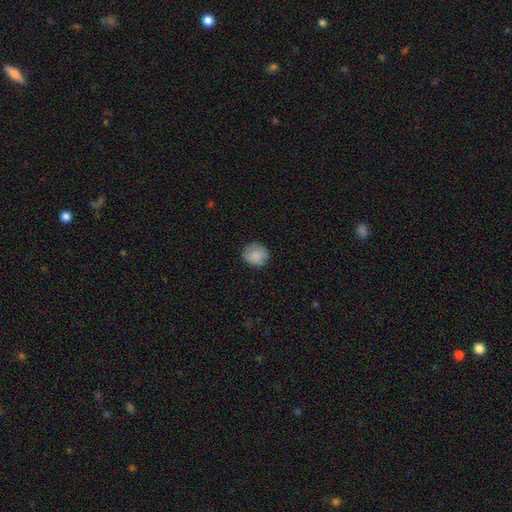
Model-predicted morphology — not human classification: The model was most divided on "how rounded": round: 82%, in between: 18%, cigar-shaped: 1%. More confident: smooth or featured — smooth (86%); merging — none (80%).